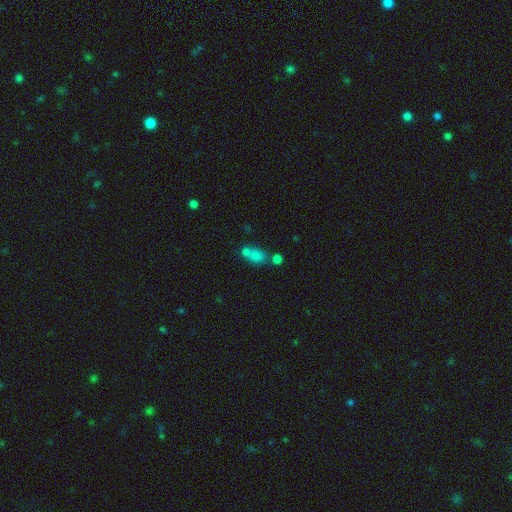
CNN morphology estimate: Overall: smooth (73%). How rounded: in between (62%; round 35%). Merging: merger (42%; none 40%).